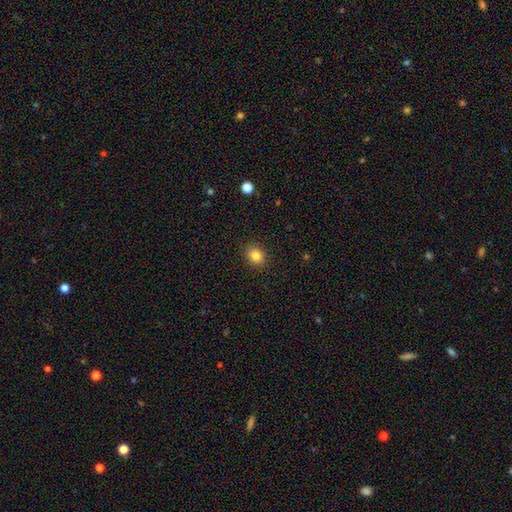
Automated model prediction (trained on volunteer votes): A smooth galaxy with no disk features (84%) that is round (62%). Merging: none (90%).